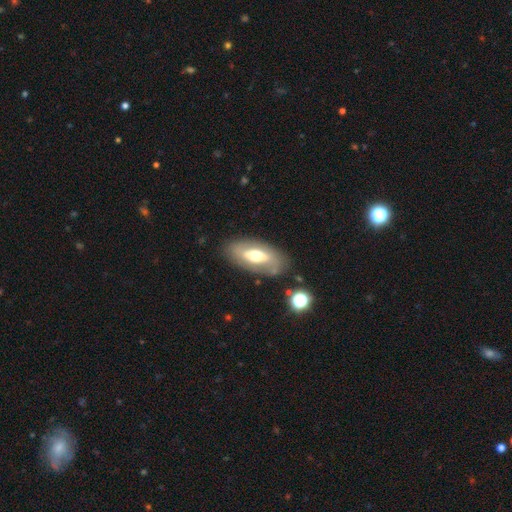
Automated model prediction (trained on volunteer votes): Smooth or featured? featured or disk (48%)
Merging? none (78%)